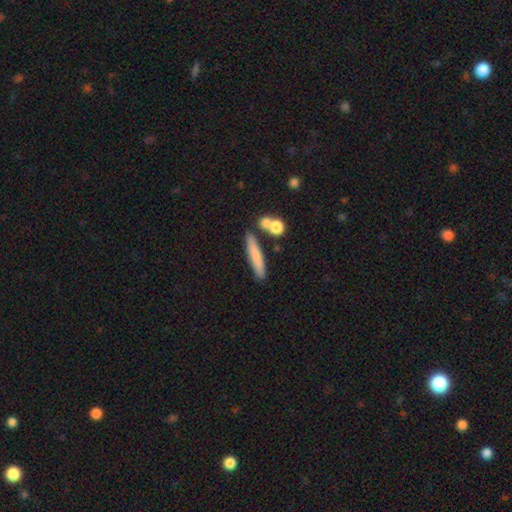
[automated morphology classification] Smooth or featured? Predicted: smooth (p=0.72). How rounded? Predicted: cigar-shaped (p=0.88). Merging? Predicted: none (p=0.78).